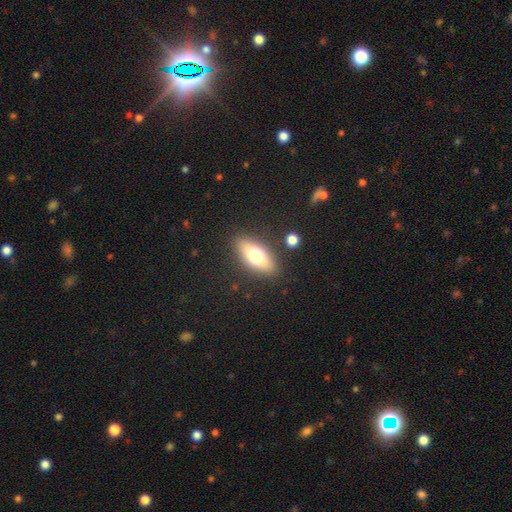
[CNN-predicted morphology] This is likely a smooth galaxy (66%). How rounded: likely in between (79%). Merging: clearly none (85%).